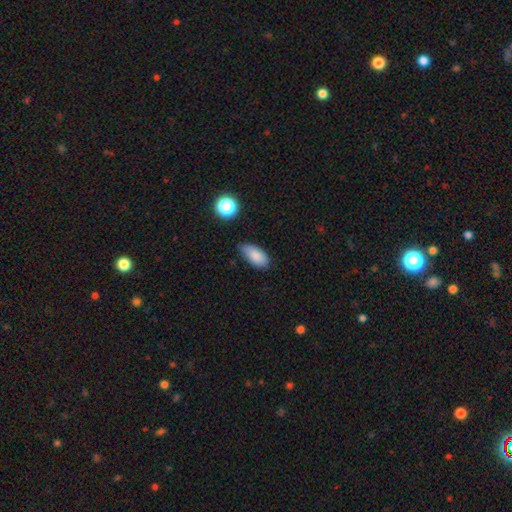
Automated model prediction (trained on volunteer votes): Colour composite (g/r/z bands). It shows a smooth galaxy with no disk features (84%) that is in between round and cigar-shaped (90%). Merging: none (66%).